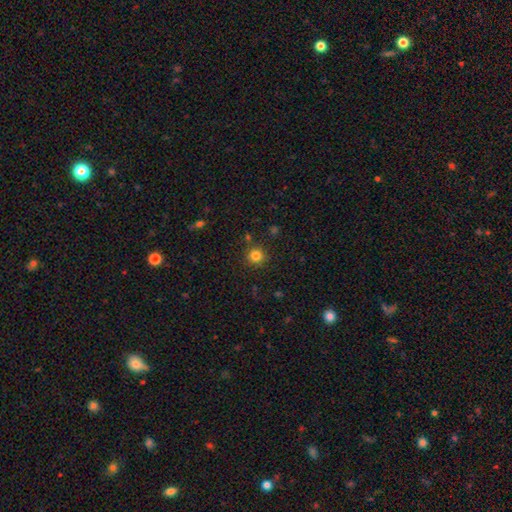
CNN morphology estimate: Q: Smooth or featured?
A: smooth (82%); runner-up: star or artifact (13%)
Q: How rounded?
A: round (94%); runner-up: in between (5%)
Q: Merging?
A: none (86%); runner-up: minor disturbance (8%)